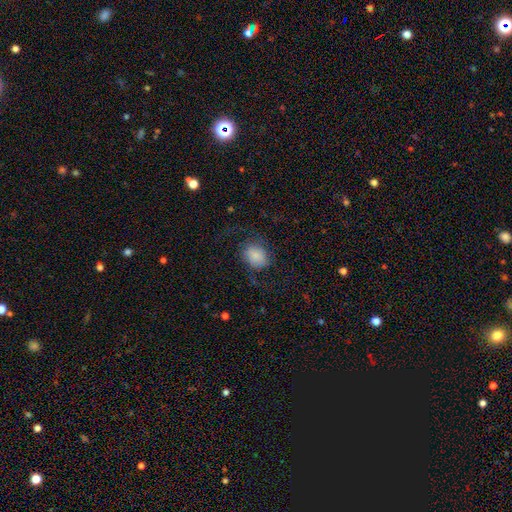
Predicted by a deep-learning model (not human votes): A smooth galaxy with no disk features (70%) that is in between round and cigar-shaped (51%).

Vote fractions:
- Smooth or featured? smooth: 70% / featured or disk: 21% / star or artifact: 9%
- How rounded? in between: 51% / round: 48% / cigar-shaped: 1%
- Merging? none: 56% / major disturbance: 22% / minor disturbance: 20% / merger: 2%